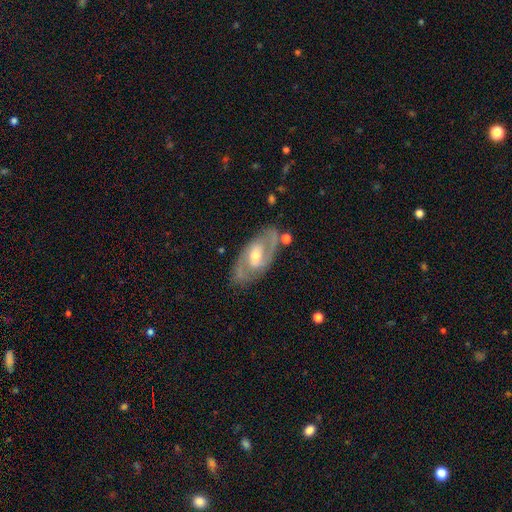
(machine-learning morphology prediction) smooth-or-featured: featured or disk: 85% | smooth: 10% | star or artifact: 5%
  disk-edge-on: no: 94% | yes: 6%
    bar: weak: 46% | no: 33% | strong: 20%
    has-spiral-arms: yes: 93% | no: 7%
      spiral-winding: medium: 53% | tight: 32% | loose: 15%
      spiral-arm-count: 2: 88% | can't tell: 6% | 3: 2% | 1: 2% | 4: 1% | more than 4: 1%
    bulge-size: moderate: 60% | small: 34% | large: 4% | none: 1% | dominant: 1%
  merging: none: 79% | minor disturbance: 14% | major disturbance: 4% | merger: 3%